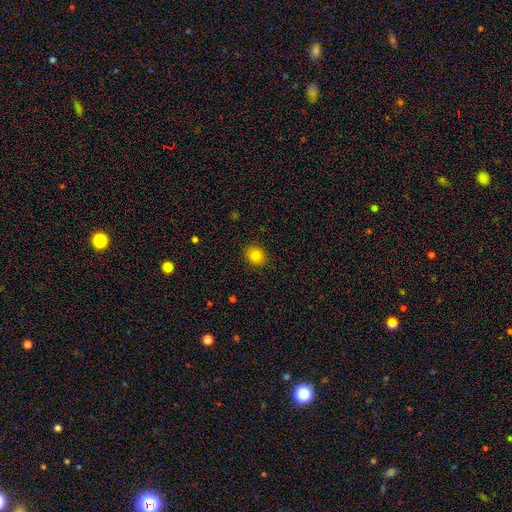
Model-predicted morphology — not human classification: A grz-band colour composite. It shows a smooth galaxy with no disk features (82%) that is round (68%). Merging: none (90%).